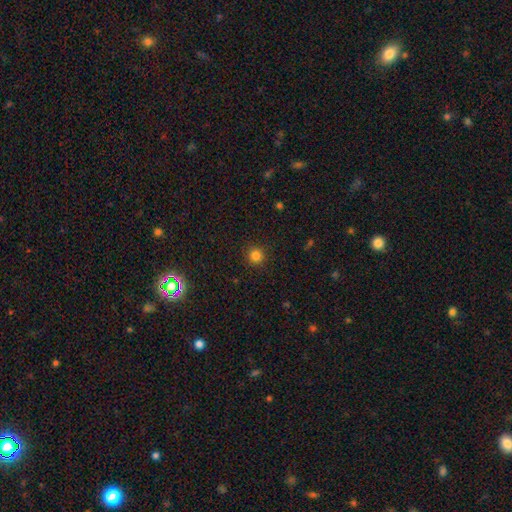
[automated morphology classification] The model was most divided on "smooth or featured": smooth: 81%, star or artifact: 14%, featured or disk: 4%. More confident: how rounded — round (94%); merging — none (92%).